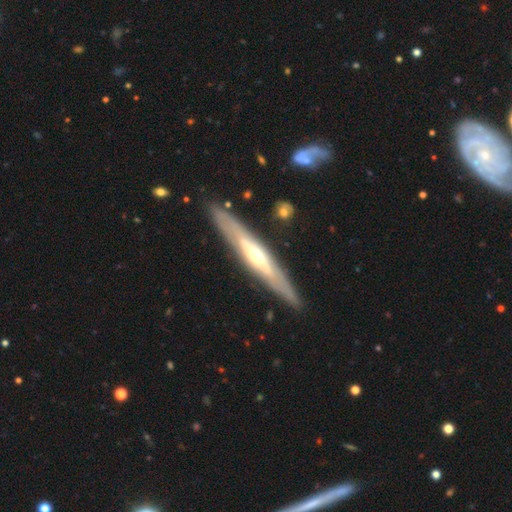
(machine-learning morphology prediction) smooth_or_featured: featured or disk (p=0.74) [alt: smooth p=0.21]
disk_edge_on: yes (p=0.78) [alt: no p=0.22]
edge_on_bulge: rounded (p=0.81) [alt: none p=0.15]
merging: none (p=0.86) [alt: minor disturbance p=0.10]